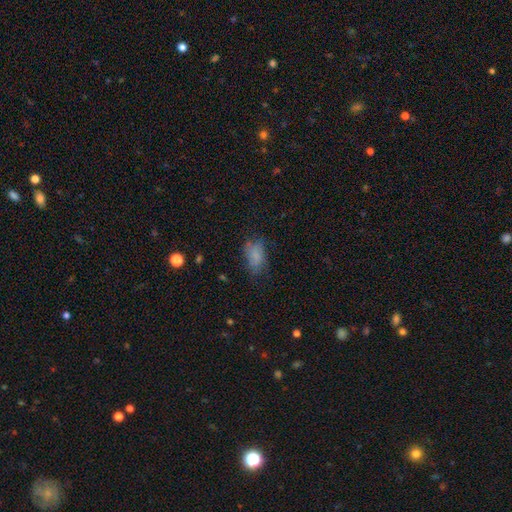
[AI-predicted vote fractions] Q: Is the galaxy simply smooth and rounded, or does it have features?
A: smooth — 76%.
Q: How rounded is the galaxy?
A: in between — 88%.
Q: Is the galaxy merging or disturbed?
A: none — 58%.